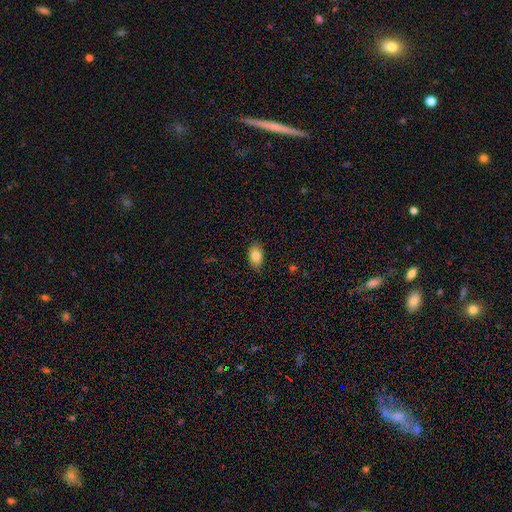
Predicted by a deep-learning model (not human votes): A smooth galaxy with no disk features (84%) that is in between round and cigar-shaped (90%).

Vote fractions:
- Smooth or featured? smooth: 84% / featured or disk: 8% / star or artifact: 8%
- How rounded? in between: 90% / round: 8% / cigar-shaped: 2%
- Merging? none: 85% / minor disturbance: 12% / major disturbance: 2% / merger: 1%